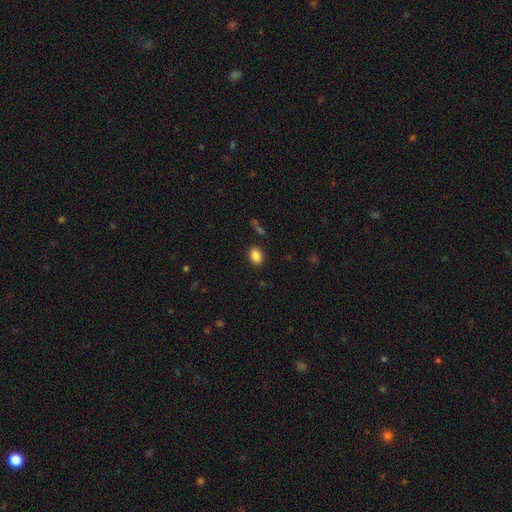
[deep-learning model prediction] Smooth or featured? smooth (86%)
How rounded? in between (75%)
Merging? none (87%)